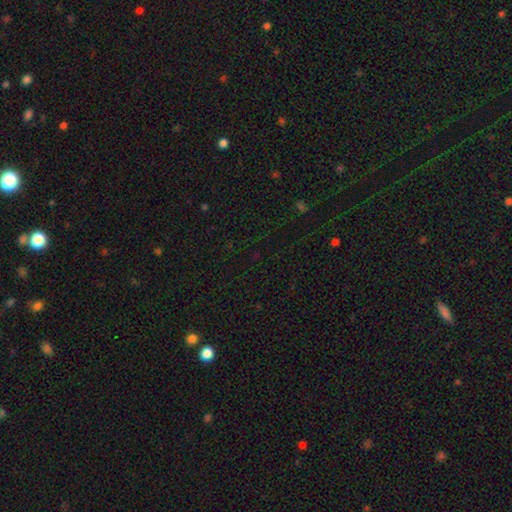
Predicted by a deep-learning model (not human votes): Smooth or featured? star or artifact (70%)